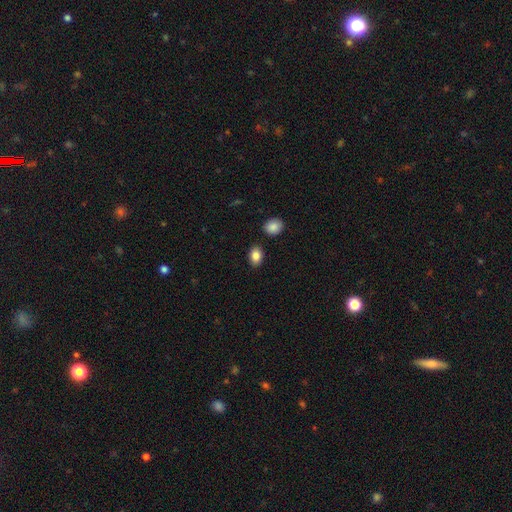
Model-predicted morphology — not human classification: The model was most divided on "how rounded": in between: 78%, round: 21%, cigar-shaped: 1%. More confident: smooth or featured — smooth (86%); merging — none (85%).